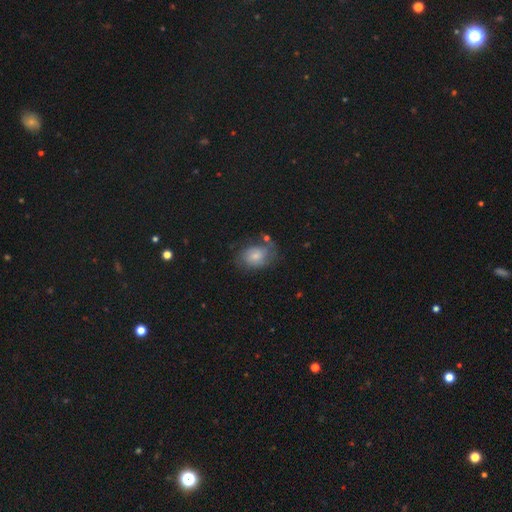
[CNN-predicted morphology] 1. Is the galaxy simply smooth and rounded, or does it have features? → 55% smooth, 36% featured or disk, 9% star or artifact.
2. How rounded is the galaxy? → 75% in between, 24% round, 1% cigar-shaped.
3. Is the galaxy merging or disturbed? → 57% none, 25% minor disturbance, 12% major disturbance, 6% merger.